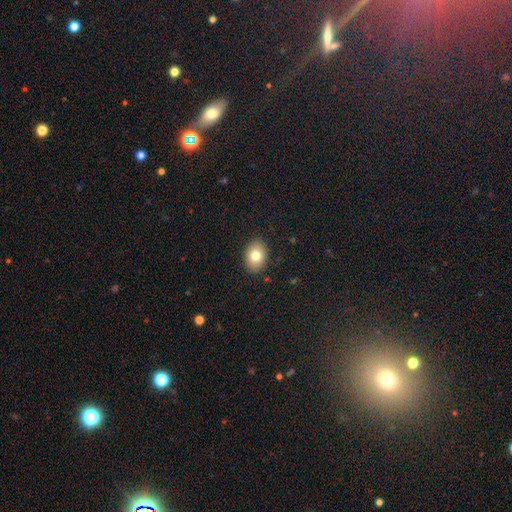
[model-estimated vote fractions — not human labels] Smooth or featured: smooth — 78% (featured or disk — 14%)
How rounded: in between — 77% (round — 22%)
Merging: none — 88% (minor disturbance — 9%)